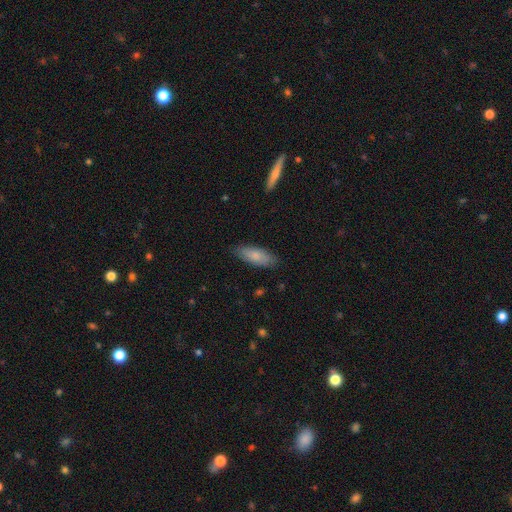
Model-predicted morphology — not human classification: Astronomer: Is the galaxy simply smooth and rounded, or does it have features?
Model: smooth — 81%.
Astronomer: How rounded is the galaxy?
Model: in between — 66%.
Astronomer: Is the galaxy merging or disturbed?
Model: none — 84%.